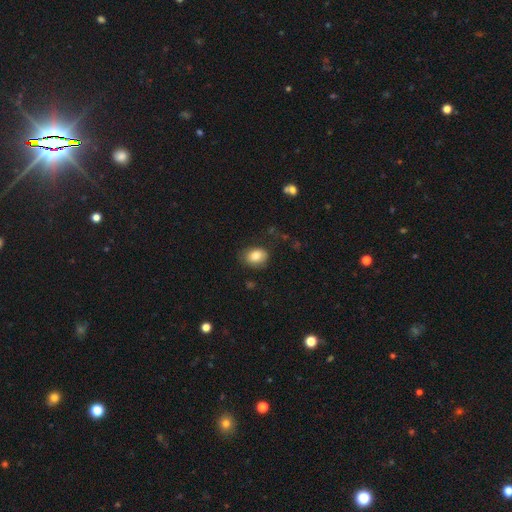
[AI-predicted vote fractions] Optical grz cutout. It shows a smooth galaxy with no disk features (82%) that is in between round and cigar-shaped (58%). Merging: none (75%).